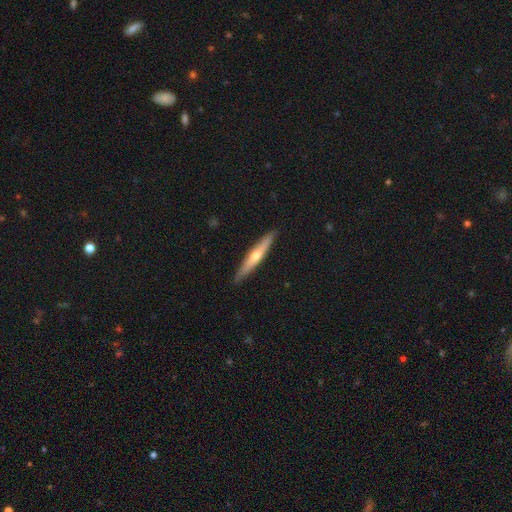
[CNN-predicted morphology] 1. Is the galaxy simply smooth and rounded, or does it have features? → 59% featured or disk, 36% smooth, 6% star or artifact.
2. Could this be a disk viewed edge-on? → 95% yes, 5% no.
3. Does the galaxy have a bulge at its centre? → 83% rounded, 14% none, 3% boxy.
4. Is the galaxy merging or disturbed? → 90% none, 7% minor disturbance, 1% major disturbance, 1% merger.